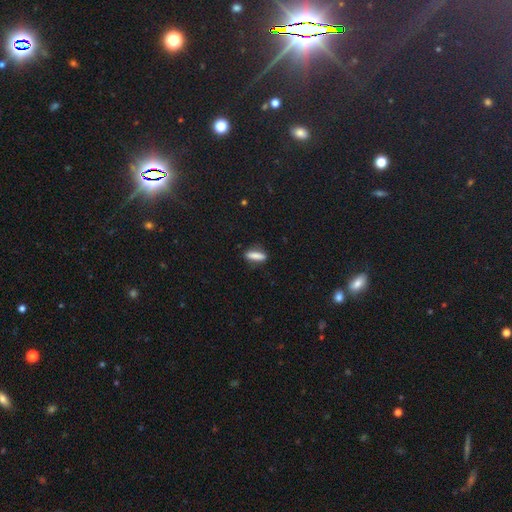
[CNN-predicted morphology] Overall: smooth (79%). How rounded: cigar-shaped (64%; in between 33%). Merging: none (84%).